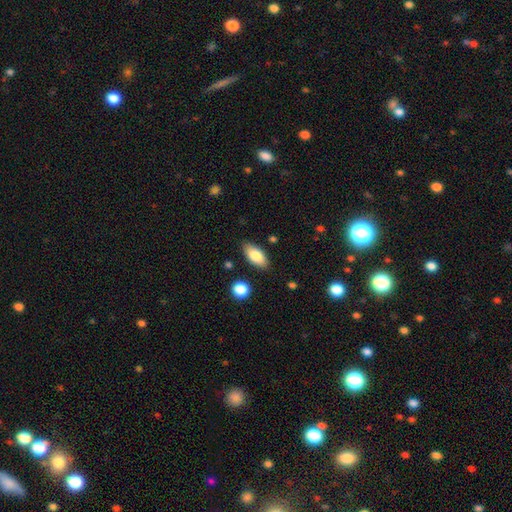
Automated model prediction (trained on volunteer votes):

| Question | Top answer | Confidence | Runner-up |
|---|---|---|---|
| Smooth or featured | smooth | 82% | featured or disk (12%) |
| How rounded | in between | 89% | cigar-shaped (8%) |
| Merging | none | 85% | minor disturbance (11%) |